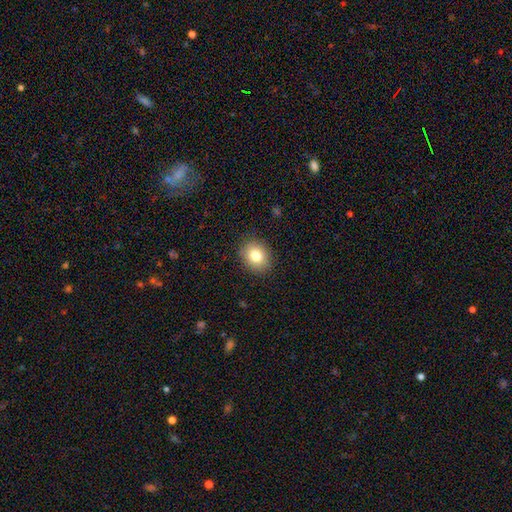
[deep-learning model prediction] smooth_or_featured: smooth (p=0.80) [alt: featured or disk p=0.10]
how_rounded: round (p=0.53) [alt: in between p=0.46]
merging: none (p=0.88) [alt: minor disturbance p=0.08]